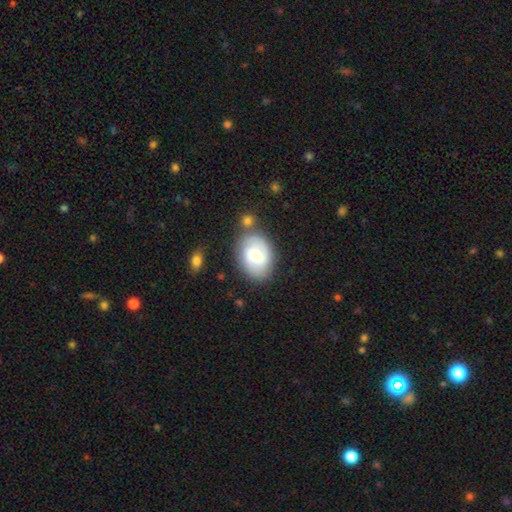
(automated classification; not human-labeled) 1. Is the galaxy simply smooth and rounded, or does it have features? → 57% smooth, 36% featured or disk, 7% star or artifact.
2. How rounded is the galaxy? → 75% in between, 24% round, 1% cigar-shaped.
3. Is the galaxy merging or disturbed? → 70% none, 16% minor disturbance, 9% merger, 5% major disturbance.